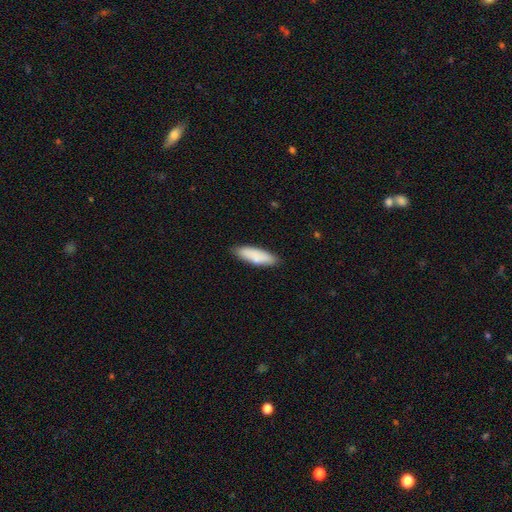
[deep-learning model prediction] Smooth or featured? smooth (84%)
How rounded? in between (54%)
Merging? none (83%)